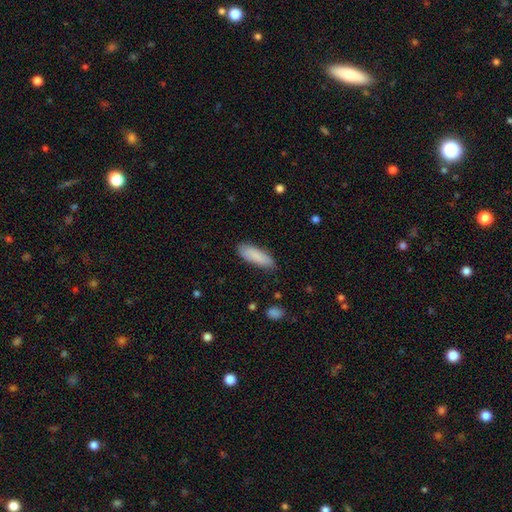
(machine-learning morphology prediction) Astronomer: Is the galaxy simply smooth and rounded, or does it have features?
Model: smooth — 87%.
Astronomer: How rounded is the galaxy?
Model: in between — 57% (runner-up: cigar-shaped, 41%).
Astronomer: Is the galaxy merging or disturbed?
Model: none — 82%.